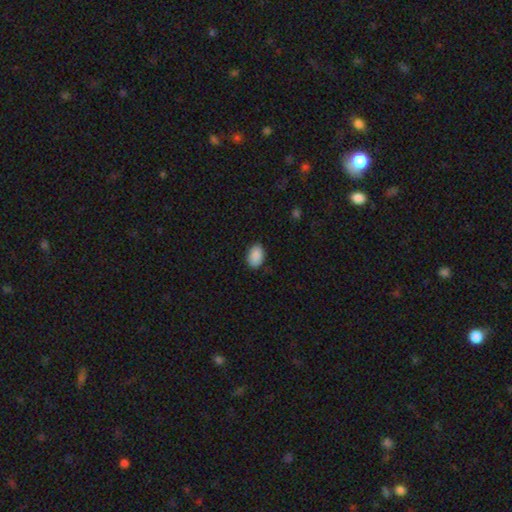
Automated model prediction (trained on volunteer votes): A smooth galaxy with no disk features (90%) that is in between round and cigar-shaped (88%). Merging: none (86%).